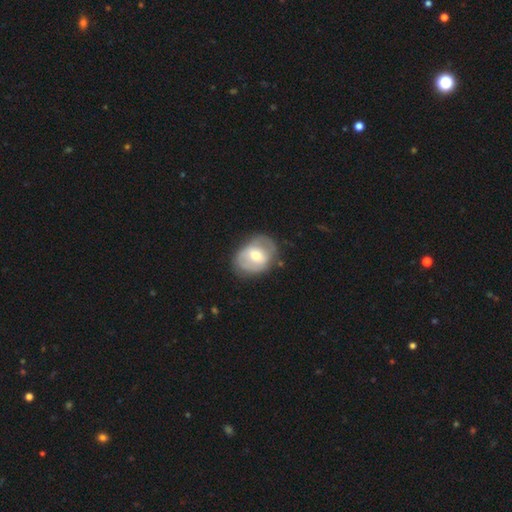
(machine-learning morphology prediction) A featured or disk galaxy (49%).

Vote fractions:
- Smooth or featured? featured or disk: 49% / smooth: 45% / star or artifact: 6%
- Merging? none: 68% / minor disturbance: 22% / major disturbance: 8% / merger: 2%